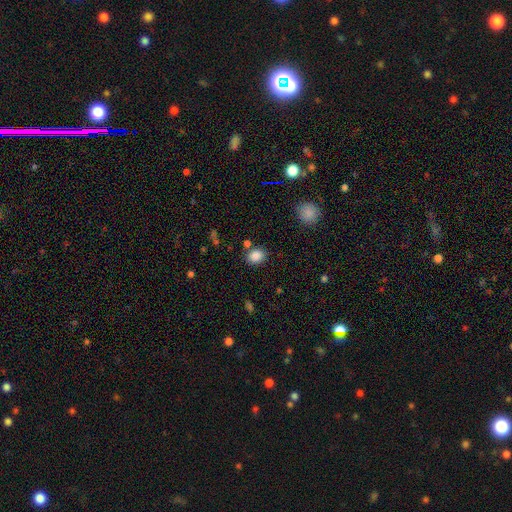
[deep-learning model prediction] This appears to be a smooth galaxy with no disk features (86%) that is in between round and cigar-shaped (54%). Merging: none (78%).